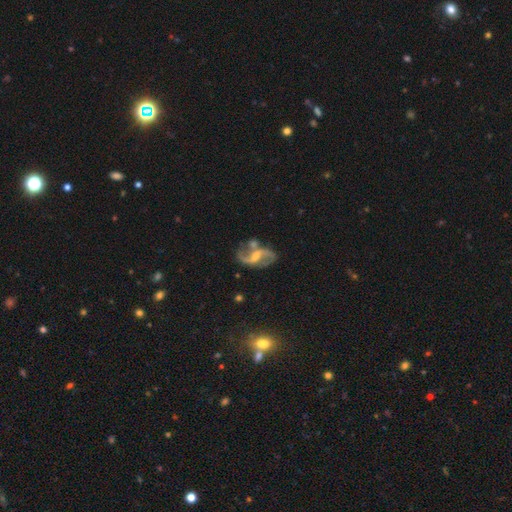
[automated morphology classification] Smooth or featured? featured or disk (87%)
Edge-on disk? no (97%)
Bar? weak (51%)
Spiral arms? yes (95%)
Spiral winding? loose (63%)
Spiral arm count? 2 (92%)
Bulge size? small (42%)
Merging? none (59%)